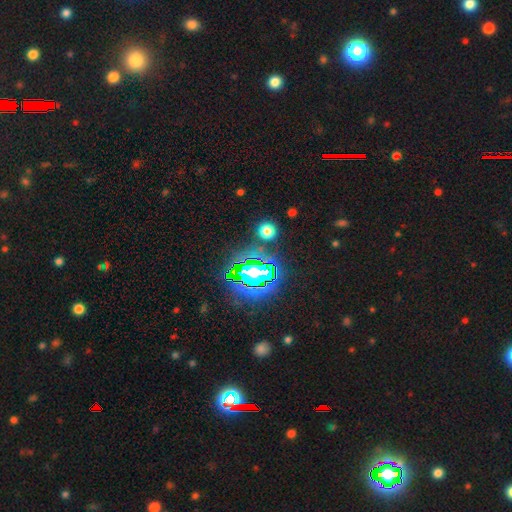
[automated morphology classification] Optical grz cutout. It shows a star or artifact, not a galaxy (82%).